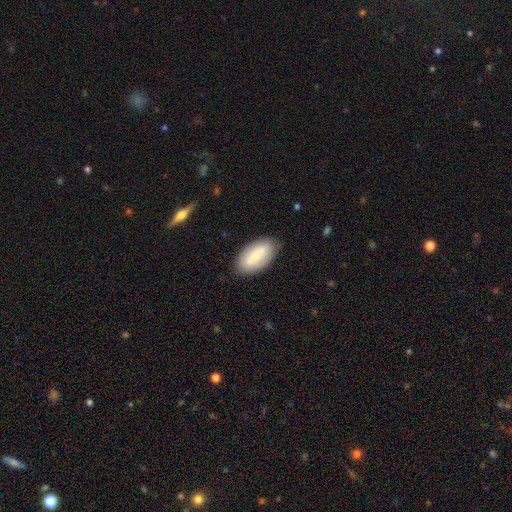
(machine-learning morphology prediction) Smooth or featured: smooth — 65% (featured or disk — 29%)
How rounded: in between — 93% (cigar-shaped — 4%)
Merging: none — 83% (minor disturbance — 12%)